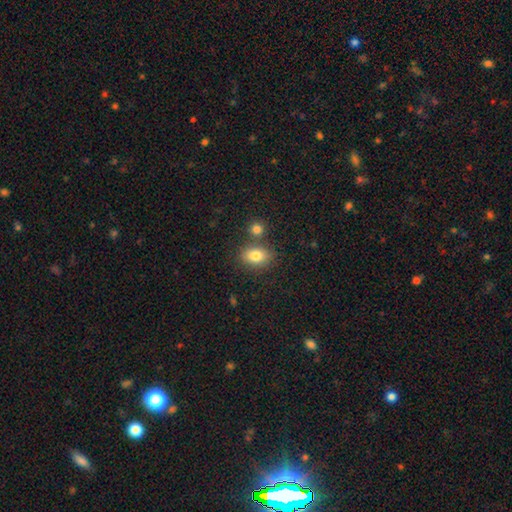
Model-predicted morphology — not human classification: smooth-or-featured: smooth: 81% | featured or disk: 10% | star or artifact: 9%
  how-rounded: in between: 78% | round: 20% | cigar-shaped: 2%
  merging: none: 70% | merger: 16% | minor disturbance: 11% | major disturbance: 3%